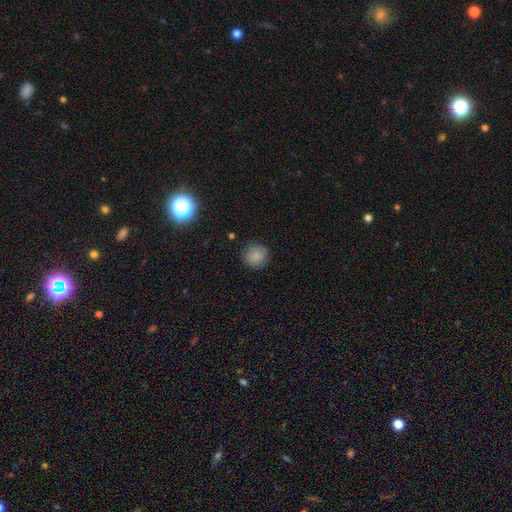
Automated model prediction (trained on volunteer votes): smooth-or-featured: smooth: 83% | star or artifact: 10% | featured or disk: 7%
  how-rounded: round: 93% | in between: 6% | cigar-shaped: 1%
  merging: none: 85% | minor disturbance: 11% | major disturbance: 3% | merger: 1%